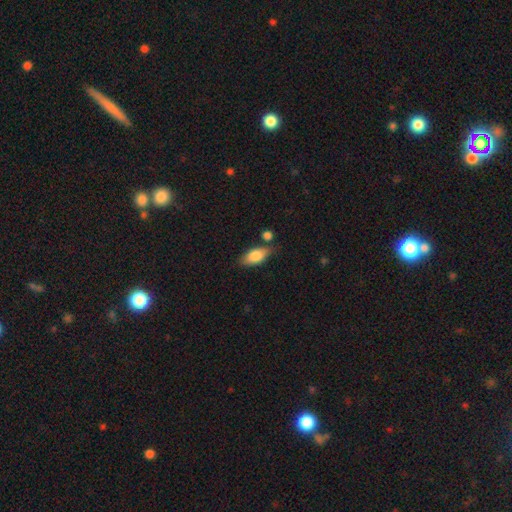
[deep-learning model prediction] Overall: smooth (78%). How rounded: in between (85%). Merging: none (70%).